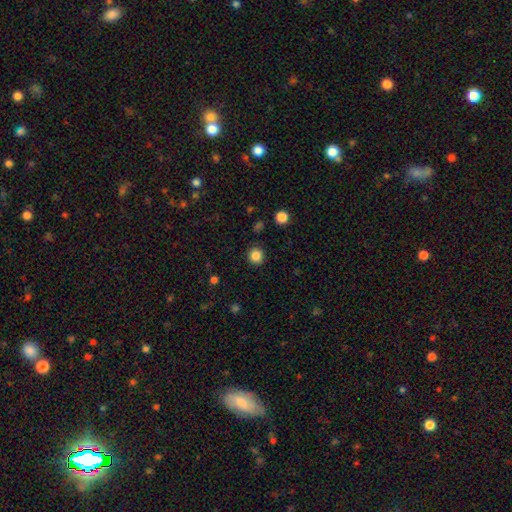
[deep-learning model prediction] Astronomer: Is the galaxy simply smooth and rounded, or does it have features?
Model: smooth — 84%.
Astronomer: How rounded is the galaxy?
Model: round — 93%.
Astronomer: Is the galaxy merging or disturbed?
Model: none — 90%.